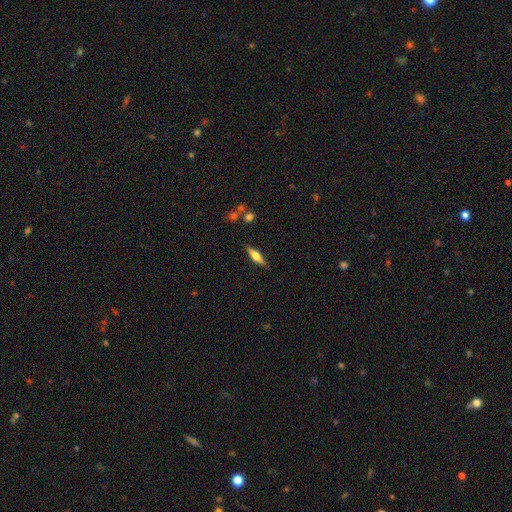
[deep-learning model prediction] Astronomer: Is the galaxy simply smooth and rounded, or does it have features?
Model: featured or disk — 52% (runner-up: smooth, 42%).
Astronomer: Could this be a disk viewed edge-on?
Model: yes — 94%.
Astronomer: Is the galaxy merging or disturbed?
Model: none — 86%.